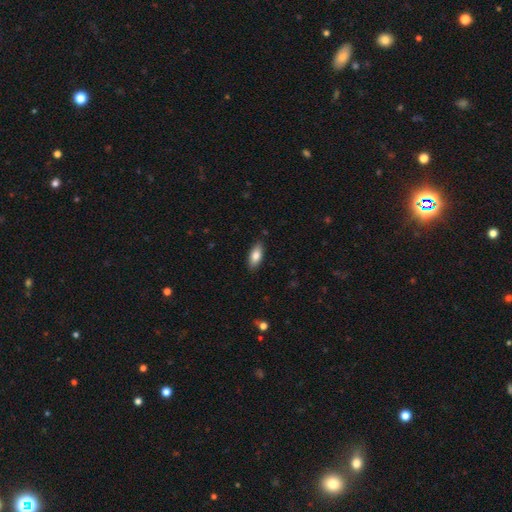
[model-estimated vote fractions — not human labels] smooth-or-featured: smooth: 81% | featured or disk: 12% | star or artifact: 6%
  how-rounded: in between: 83% | cigar-shaped: 15% | round: 2%
  merging: none: 86% | minor disturbance: 10% | major disturbance: 2% | merger: 1%